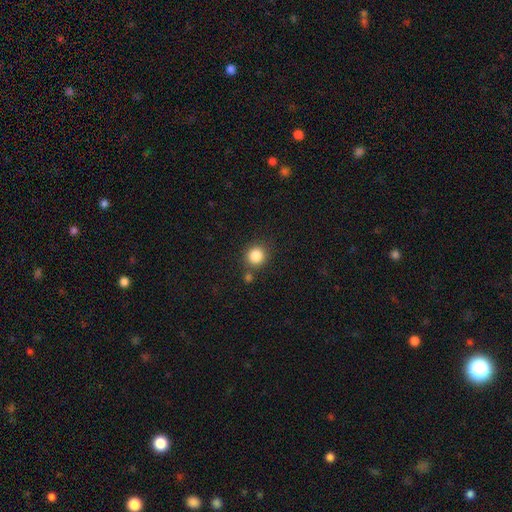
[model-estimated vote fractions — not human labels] Morphology: type=smooth (85%); roundness=round (90%); merging=none (79%).